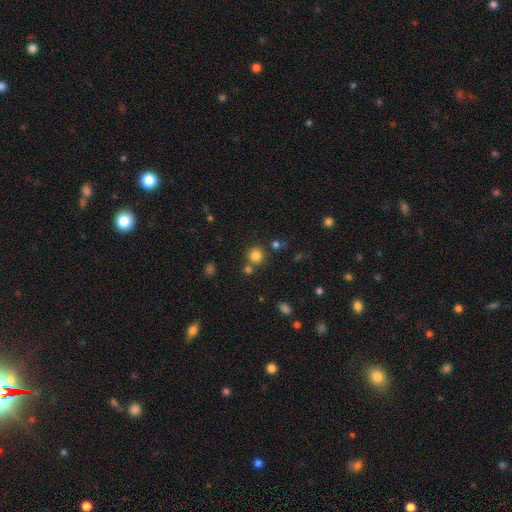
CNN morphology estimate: This appears to be a smooth galaxy with no disk features (81%) that is round (92%). Merging: none (76%).